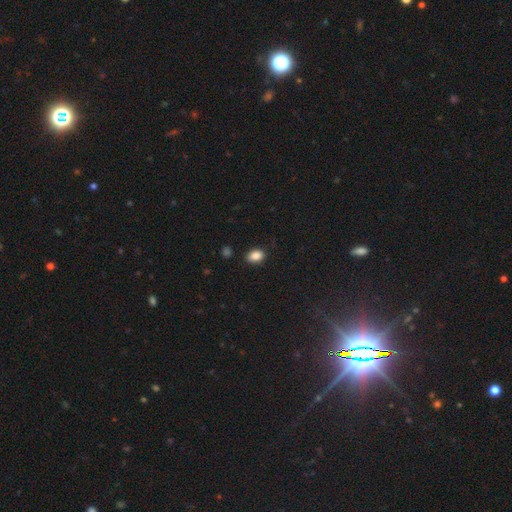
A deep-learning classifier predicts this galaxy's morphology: A smooth galaxy with no disk features (87%) that is in between round and cigar-shaped (81%).

Vote fractions:
- Smooth or featured? smooth: 87% / star or artifact: 9% / featured or disk: 4%
- How rounded? in between: 81% / round: 17% / cigar-shaped: 1%
- Merging? none: 85% / minor disturbance: 11% / major disturbance: 2% / merger: 1%